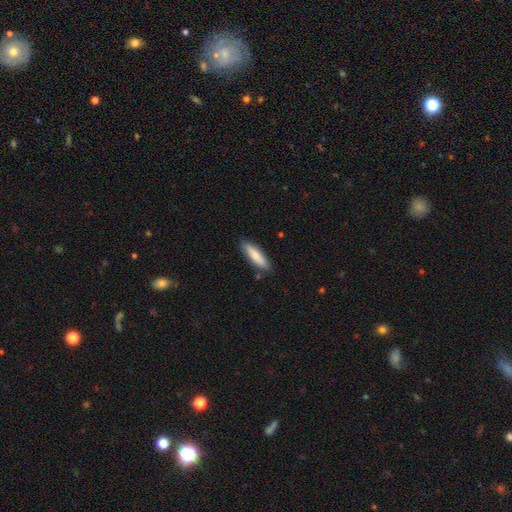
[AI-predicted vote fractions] This appears to be a smooth galaxy with no disk features (75%) that is cigar-shaped (65%). Merging: none (84%).